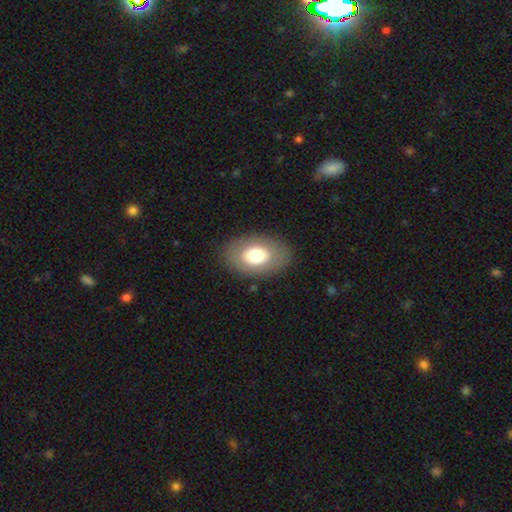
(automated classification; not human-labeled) This appears to be a smooth galaxy with no disk features (71%) that is in between round and cigar-shaped (85%). Merging: none (86%).